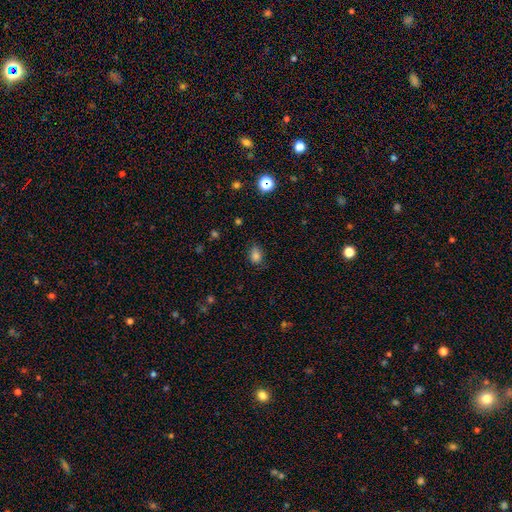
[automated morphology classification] Smooth or featured?
  - smooth: 82% *
  - star or artifact: 13%
  - featured or disk: 5%
How rounded?
  - in between: 70% *
  - round: 29%
  - cigar-shaped: 1%
Merging?
  - none: 69% *
  - minor disturbance: 24%
  - major disturbance: 5%
  - merger: 2%